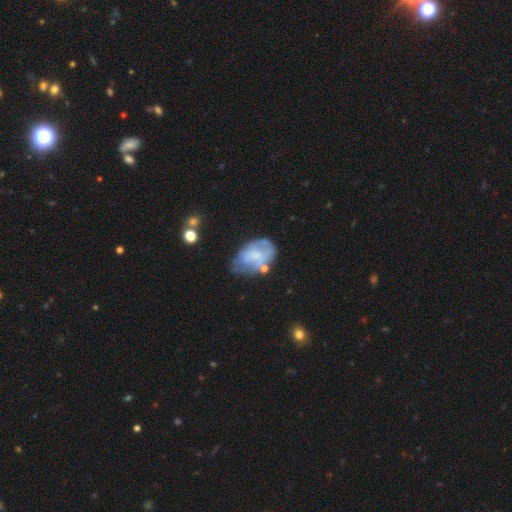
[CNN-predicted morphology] A featured or disk galaxy (50%). Merging: none (41%).